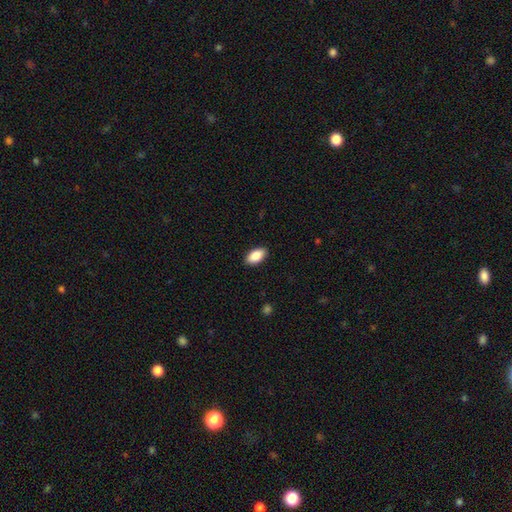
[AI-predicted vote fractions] Smooth or featured: smooth — 88% (star or artifact — 7%)
How rounded: in between — 94% (round — 3%)
Merging: none — 90% (minor disturbance — 8%)